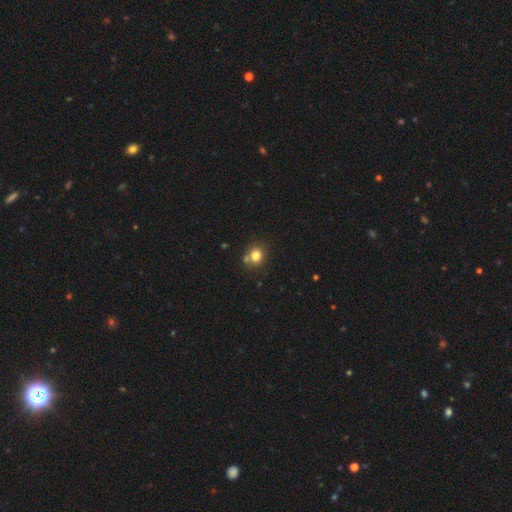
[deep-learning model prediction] Morphology: type=smooth (80%); roundness=round (77%); merging=none (66%).